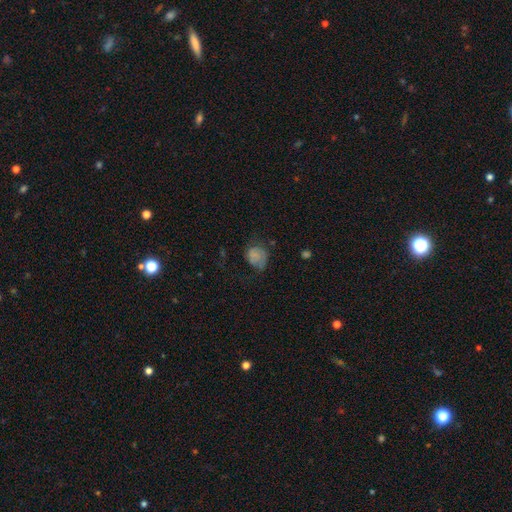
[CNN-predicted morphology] type=smooth (63%); roundness=round (59%); merging=none (41%).